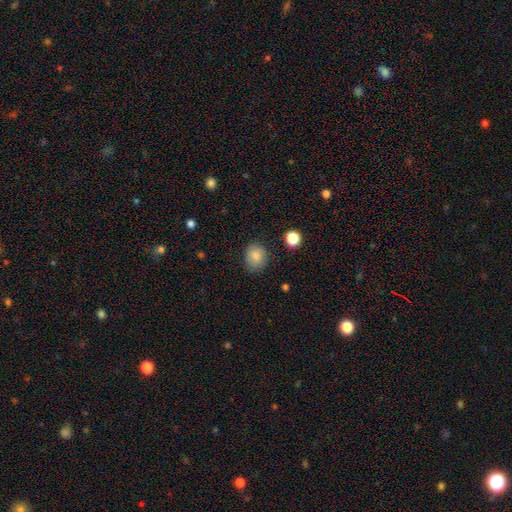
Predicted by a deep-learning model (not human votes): Morphology: type=smooth (84%); roundness=round (66%); merging=none (82%).